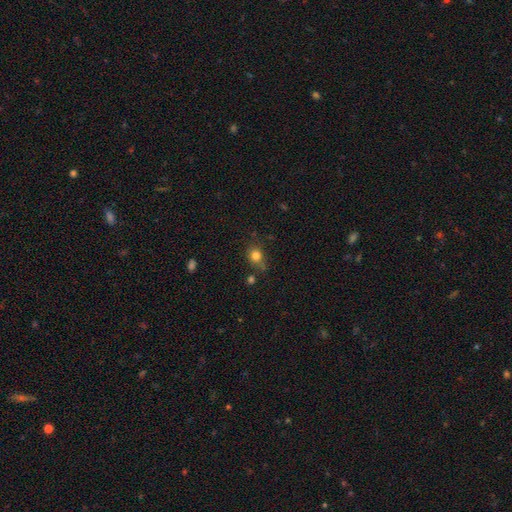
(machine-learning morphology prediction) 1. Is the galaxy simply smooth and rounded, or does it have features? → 79% smooth, 13% star or artifact, 8% featured or disk.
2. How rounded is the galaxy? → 71% round, 27% in between, 1% cigar-shaped.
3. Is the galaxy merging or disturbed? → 63% none, 23% minor disturbance, 7% merger, 7% major disturbance.